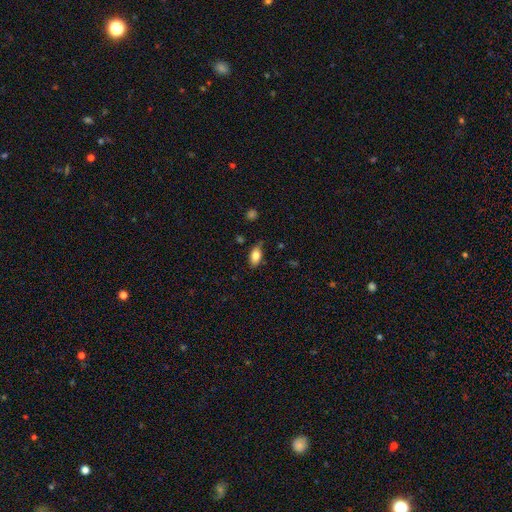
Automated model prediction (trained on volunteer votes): This appears to be a smooth galaxy with no disk features (82%) that is in between round and cigar-shaped (90%). Merging: none (80%).